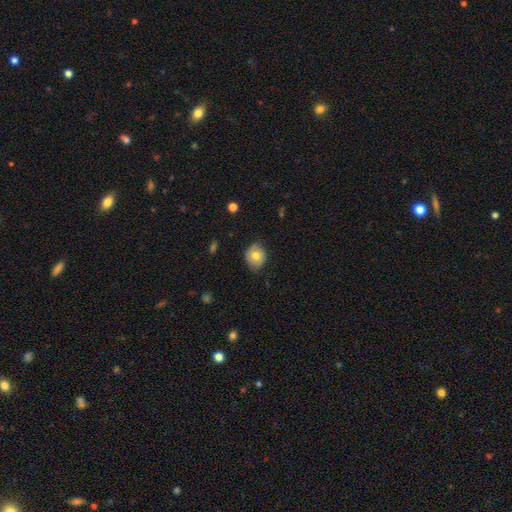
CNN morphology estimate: This appears to be a smooth galaxy with no disk features (69%) that is round (74%). Merging: none (70%).